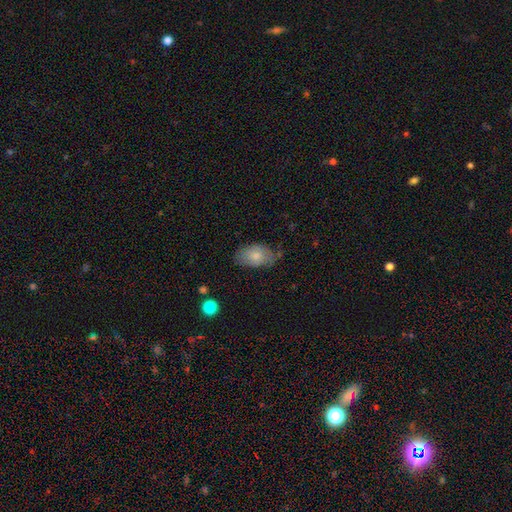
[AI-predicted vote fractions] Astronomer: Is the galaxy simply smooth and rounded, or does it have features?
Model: smooth — 72%.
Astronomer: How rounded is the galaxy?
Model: in between — 92%.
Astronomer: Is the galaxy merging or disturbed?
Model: none — 61%.